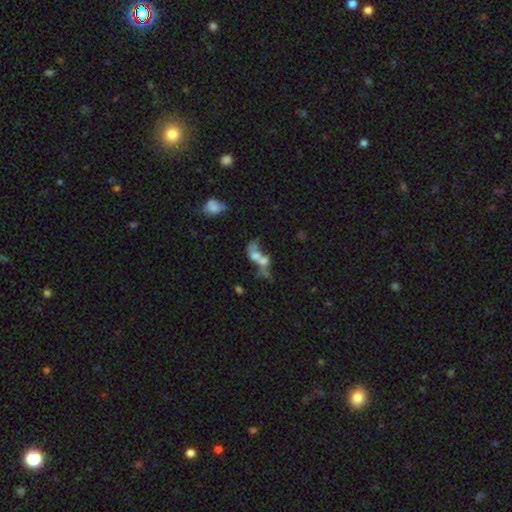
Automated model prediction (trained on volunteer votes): A smooth galaxy with no disk features (48%). Merging: merger (70%).